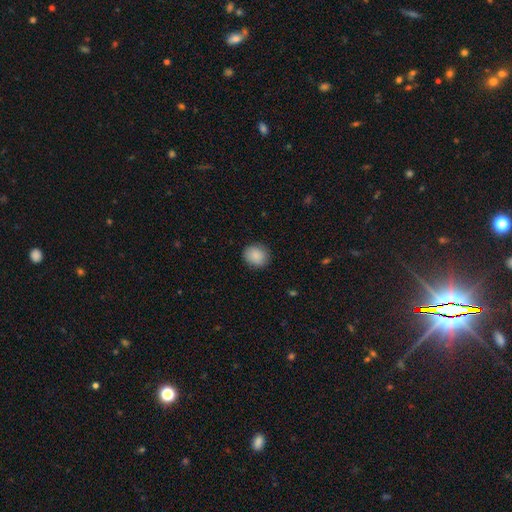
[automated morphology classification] Smooth or featured? smooth (89%)
How rounded? round (75%)
Merging? none (87%)